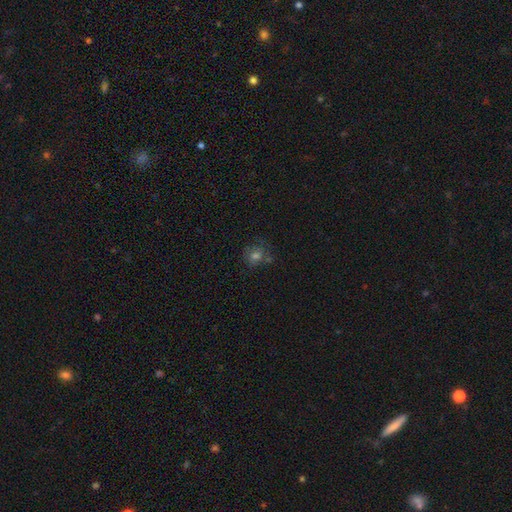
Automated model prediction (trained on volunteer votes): A smooth galaxy with no disk features (53%) that is round (78%). Merging: none (67%).